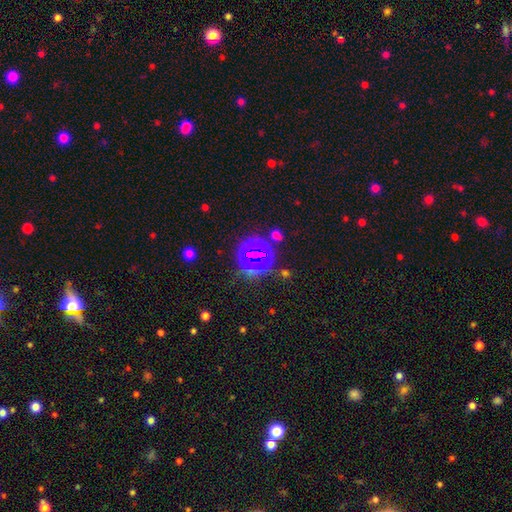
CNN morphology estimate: smooth_or_featured: star or artifact (p=0.69) [alt: smooth p=0.22]